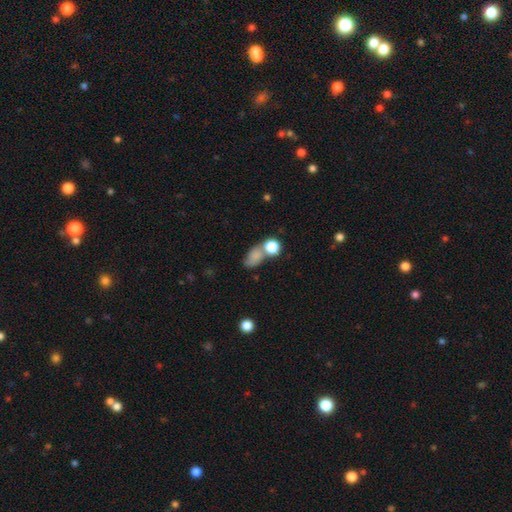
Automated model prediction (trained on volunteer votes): Smooth or featured? Predicted: smooth (p=0.73). How rounded? Predicted: in between (p=0.63). Merging? Predicted: merger (p=0.37, tied with none).